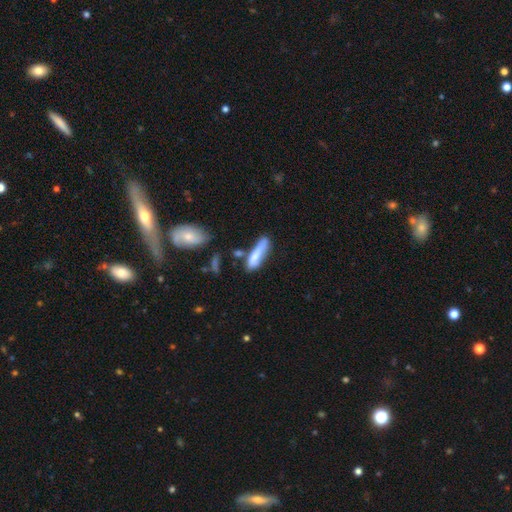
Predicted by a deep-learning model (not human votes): smooth 73%, featured or disk 20%, star or artifact 7%. Down the decision tree: how rounded — cigar-shaped (62%); merging — none (48%).